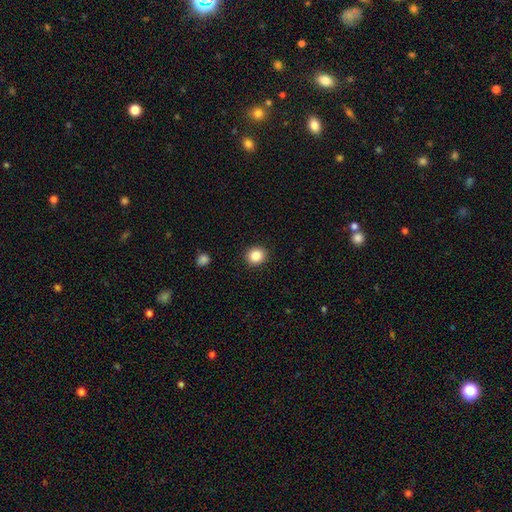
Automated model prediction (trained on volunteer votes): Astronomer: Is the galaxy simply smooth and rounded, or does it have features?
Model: smooth — 86%.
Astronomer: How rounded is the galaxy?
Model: round — 86%.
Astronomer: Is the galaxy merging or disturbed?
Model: none — 91%.